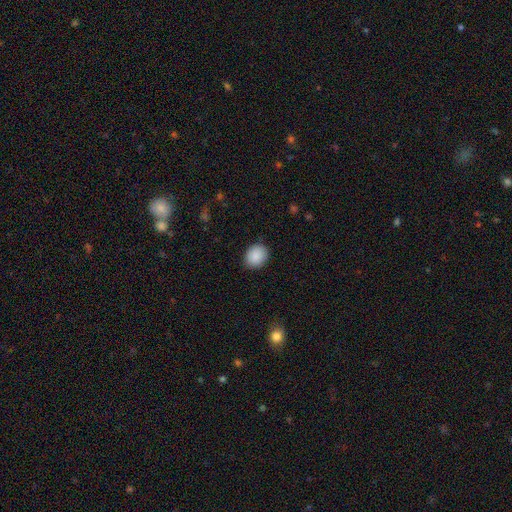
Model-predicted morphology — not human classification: type=smooth (89%); roundness=round (61%); merging=none (87%).